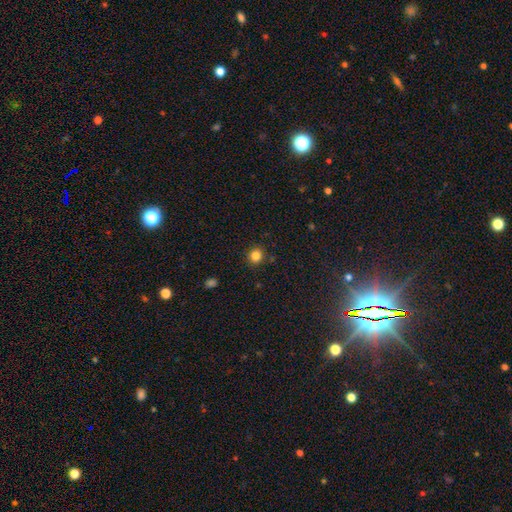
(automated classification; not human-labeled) smooth 83%, star or artifact 12%, featured or disk 4%. Down the decision tree: how rounded — round (90%); merging — none (90%).